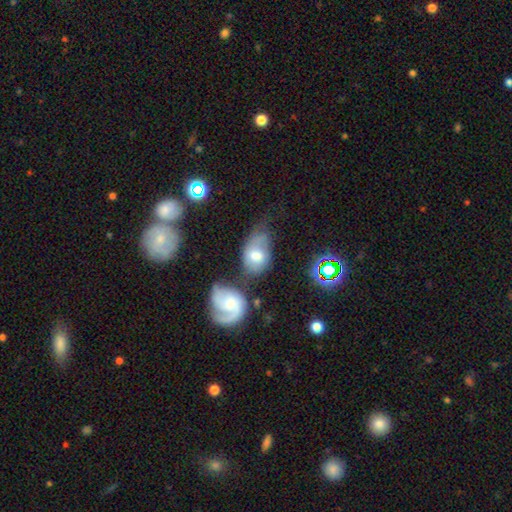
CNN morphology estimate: The model was most divided on "merging": none: 28%, merger: 27%, minor disturbance: 26%, major disturbance: 20%. More confident: how rounded — in between (83%); smooth or featured — smooth (53%).